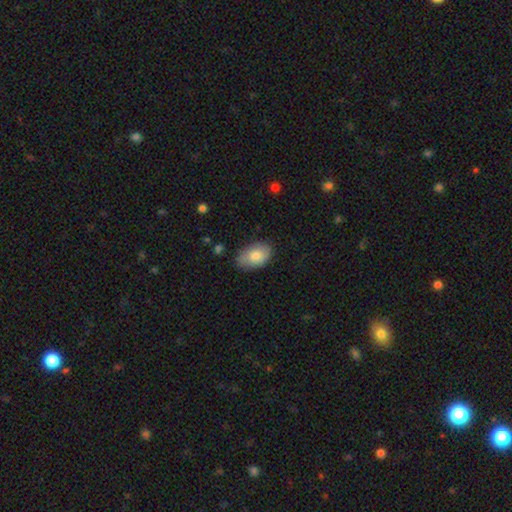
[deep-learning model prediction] Smooth or featured? Predicted: smooth (p=0.76). How rounded? Predicted: in between (p=0.90). Merging? Predicted: none (p=0.75).